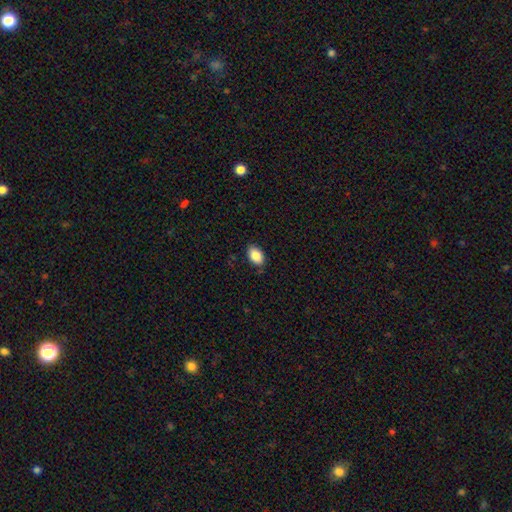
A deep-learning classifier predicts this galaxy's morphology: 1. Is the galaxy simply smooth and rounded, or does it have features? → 87% smooth, 8% star or artifact, 6% featured or disk.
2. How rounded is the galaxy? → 89% in between, 10% round, 1% cigar-shaped.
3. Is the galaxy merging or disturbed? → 86% none, 11% minor disturbance, 2% major disturbance, 1% merger.